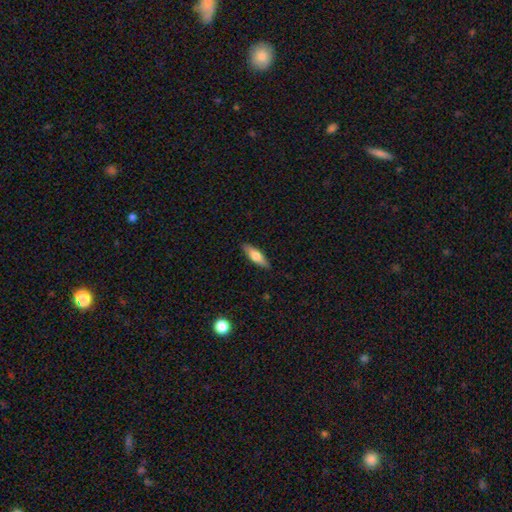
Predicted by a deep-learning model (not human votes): Morphology: type=smooth (65%); roundness=cigar-shaped (52%); merging=none (89%).